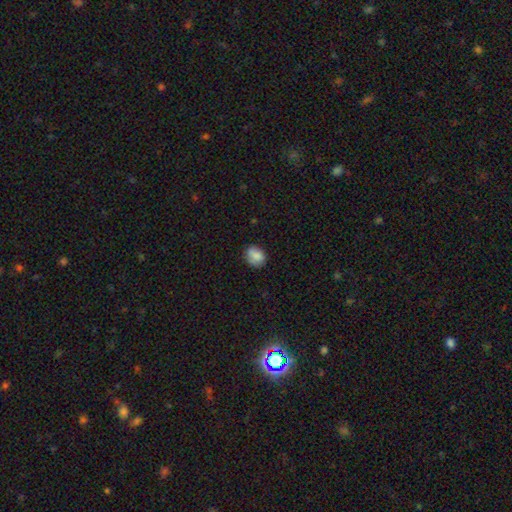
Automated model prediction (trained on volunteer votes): Q: Smooth or featured?
A: smooth (84%); runner-up: star or artifact (9%)
Q: How rounded?
A: round (51%); runner-up: in between (48%)
Q: Merging?
A: none (75%); runner-up: minor disturbance (20%)